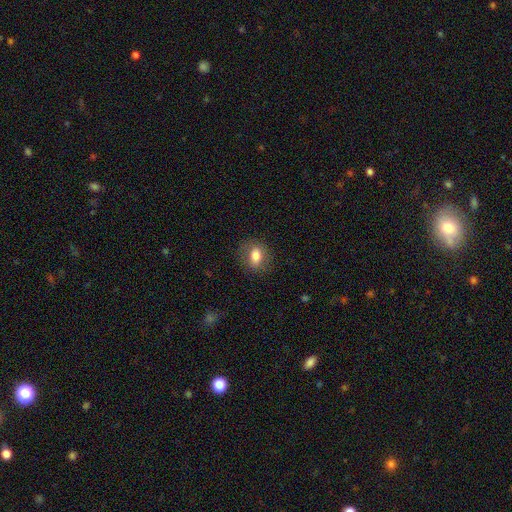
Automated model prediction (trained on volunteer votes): smooth-or-featured: smooth: 80% | featured or disk: 12% | star or artifact: 8%
  how-rounded: in between: 68% | round: 30% | cigar-shaped: 2%
  merging: none: 81% | minor disturbance: 13% | major disturbance: 5% | merger: 1%